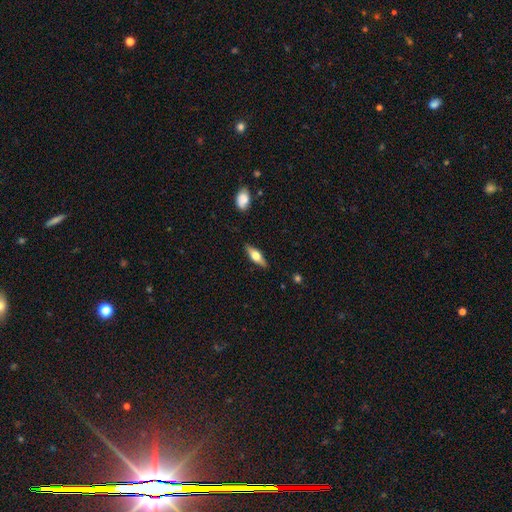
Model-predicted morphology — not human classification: A featured or disk galaxy (49%). Merging: none (87%).